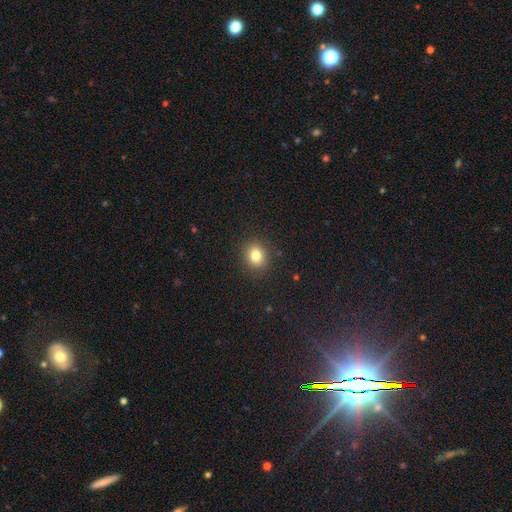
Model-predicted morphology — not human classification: Overall: smooth (81%). How rounded: round (70%). Merging: none (89%).